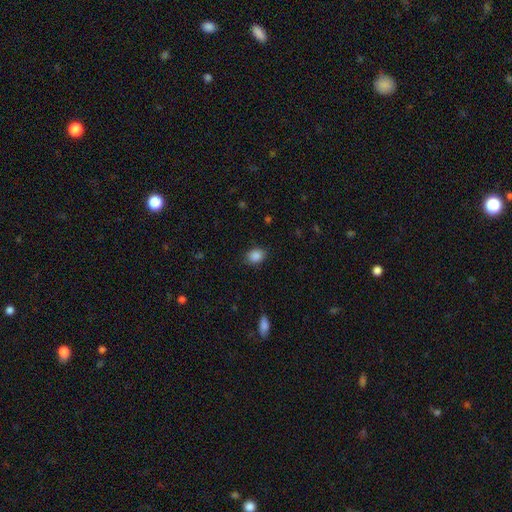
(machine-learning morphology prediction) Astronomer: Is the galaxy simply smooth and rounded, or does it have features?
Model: smooth — 88%.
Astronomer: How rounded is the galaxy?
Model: in between — 54% (runner-up: round, 45%).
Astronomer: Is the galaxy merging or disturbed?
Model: none — 84%.